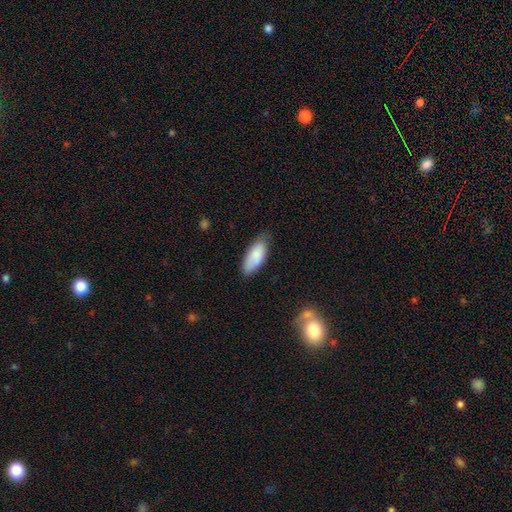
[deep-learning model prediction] smooth-or-featured: smooth: 85% | featured or disk: 9% | star or artifact: 6%
  how-rounded: in between: 82% | cigar-shaped: 16% | round: 2%
  merging: none: 70% | minor disturbance: 25% | major disturbance: 4% | merger: 2%